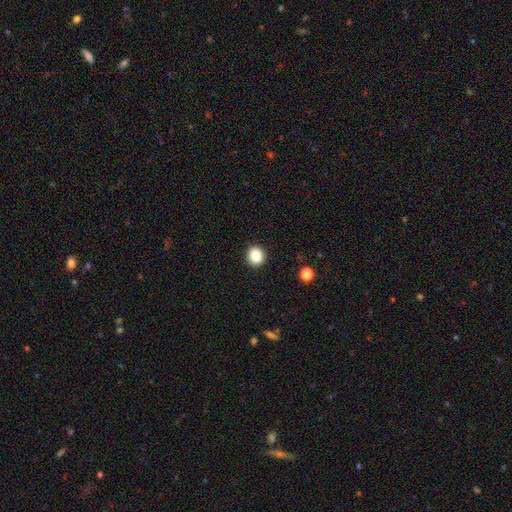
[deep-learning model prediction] This is clearly a smooth galaxy (87%). How rounded: clearly round (83%). Merging: clearly none (92%).